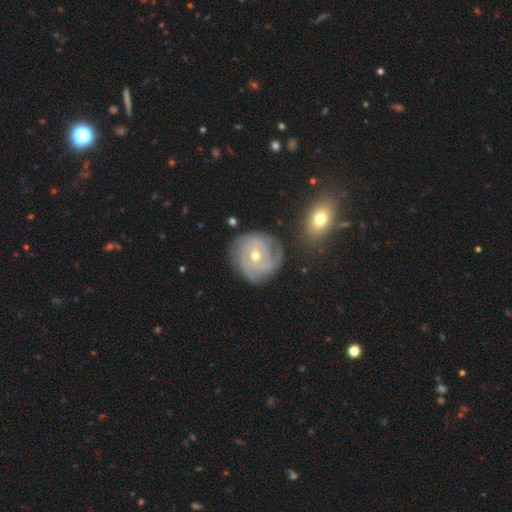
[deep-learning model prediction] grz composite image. It shows a featured or disk galaxy (81%) with no bar (59%), tight (73%) spiral arms (92%) and a moderate central bulge (61%). Merging: none (74%).